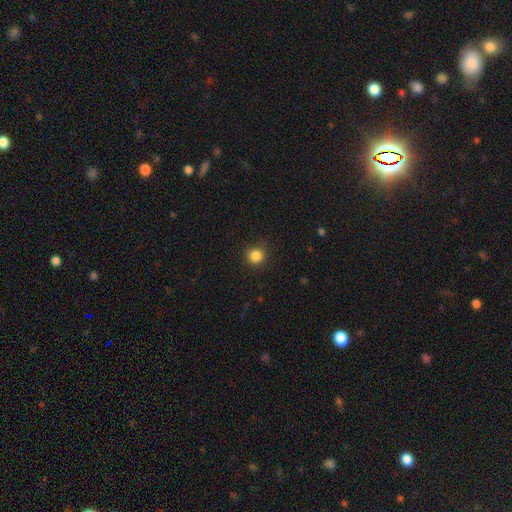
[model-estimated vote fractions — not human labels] Q: Smooth or featured?
A: smooth (85%); runner-up: star or artifact (12%)
Q: How rounded?
A: round (92%); runner-up: in between (7%)
Q: Merging?
A: none (88%); runner-up: minor disturbance (8%)